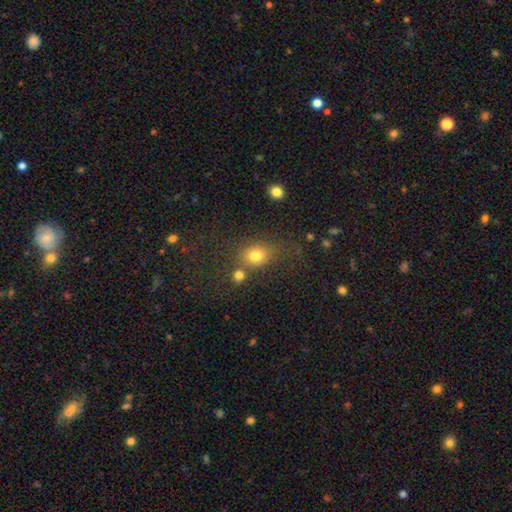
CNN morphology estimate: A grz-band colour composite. It shows a smooth galaxy with no disk features (75%) that is round (60%). Merging: none (57%).